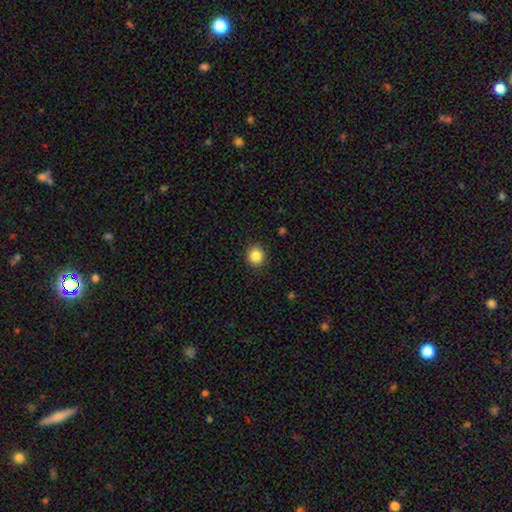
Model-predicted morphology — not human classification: A smooth galaxy with no disk features (85%) that is round (90%). Merging: none (90%).